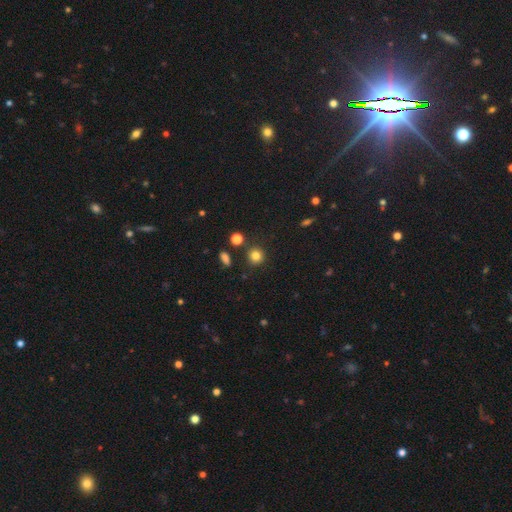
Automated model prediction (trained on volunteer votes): Morphology: type=smooth (81%); roundness=round (89%); merging=none (84%).